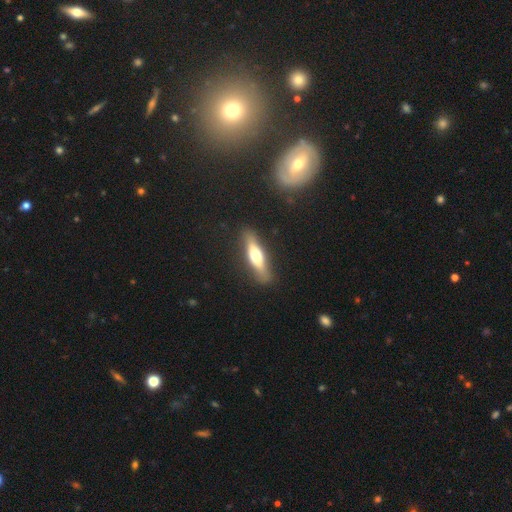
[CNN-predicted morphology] Smooth or featured: smooth — 48% (featured or disk — 46%)
Merging: none — 87% (minor disturbance — 9%)